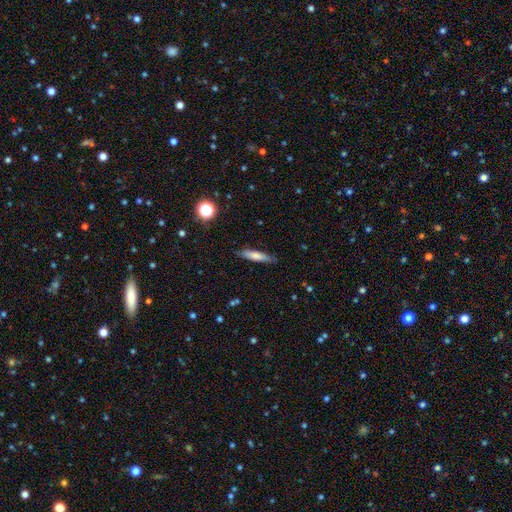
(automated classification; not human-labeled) smooth-or-featured: smooth: 70% | featured or disk: 23% | star or artifact: 8%
  how-rounded: cigar-shaped: 80% | in between: 18% | round: 2%
  merging: none: 81% | minor disturbance: 15% | major disturbance: 3% | merger: 1%